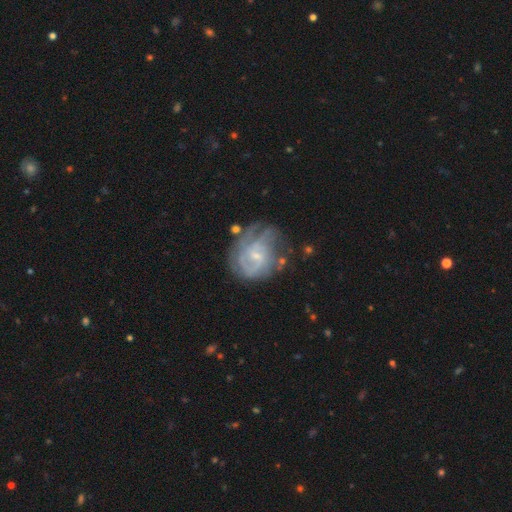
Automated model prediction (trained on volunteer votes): This appears to be a featured or disk galaxy (79%) with no bar (50%), tight (51%) spiral arms (87%) and a small central bulge (72%). Merging: none (51%).